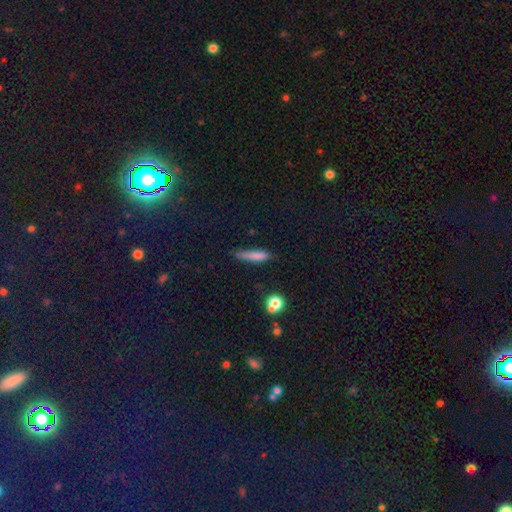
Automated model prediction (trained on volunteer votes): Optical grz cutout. It shows a smooth galaxy with no disk features (78%) that is cigar-shaped (81%). Merging: none (63%).